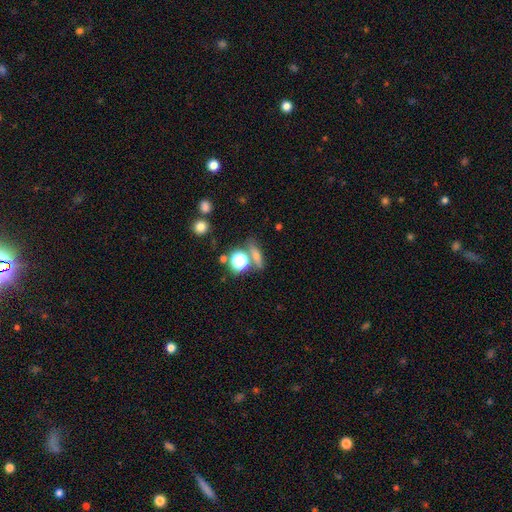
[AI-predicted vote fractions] smooth-or-featured: smooth: 51% | featured or disk: 26% | star or artifact: 23%
  how-rounded: cigar-shaped: 39% | round: 32% | in between: 29%
  merging: none: 73% | merger: 13% | minor disturbance: 10% | major disturbance: 5%